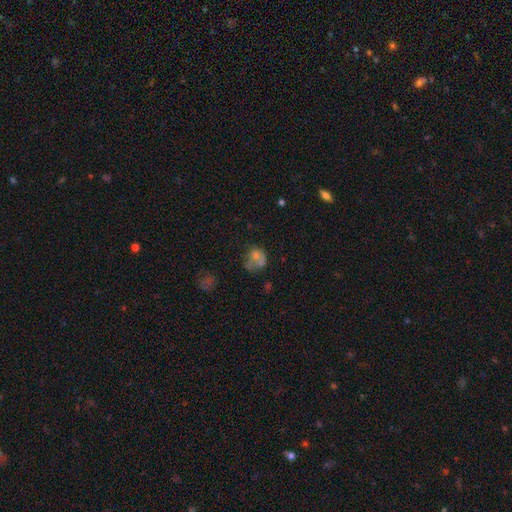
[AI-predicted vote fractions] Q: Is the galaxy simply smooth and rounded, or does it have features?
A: smooth — 57%.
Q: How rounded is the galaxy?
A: round — 59%.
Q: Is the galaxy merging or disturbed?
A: none — 34%.